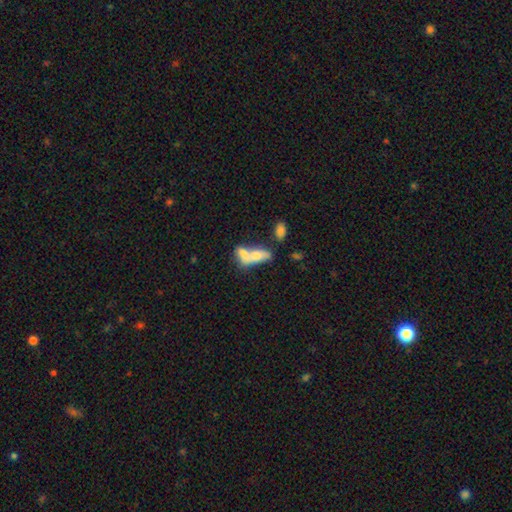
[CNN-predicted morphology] smooth 63%, featured or disk 28%, star or artifact 9%. Down the decision tree: how rounded — in between (78%); merging — merger (65%).